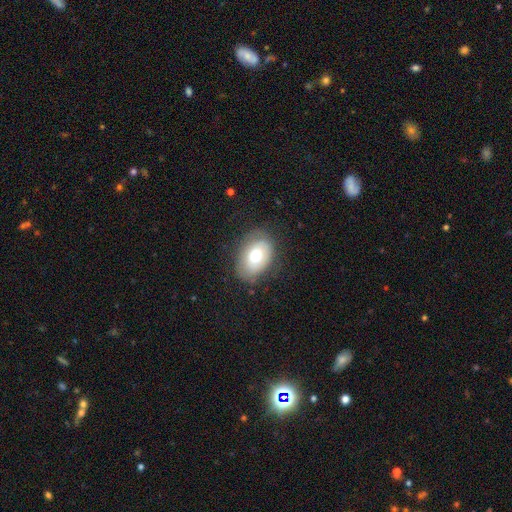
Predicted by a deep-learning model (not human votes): Smooth or featured?
  - smooth: 67% *
  - featured or disk: 25%
  - star or artifact: 8%
How rounded?
  - in between: 79% *
  - round: 20%
  - cigar-shaped: 1%
Merging?
  - none: 74% *
  - minor disturbance: 19%
  - major disturbance: 6%
  - merger: 1%